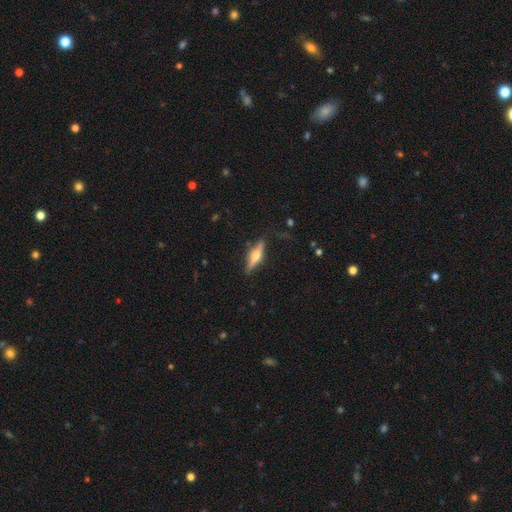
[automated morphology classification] Overall: featured or disk (65%; smooth 28%). Edge-on disk: yes (95%). Edge-on bulge: rounded (91%). Merging: none (81%).